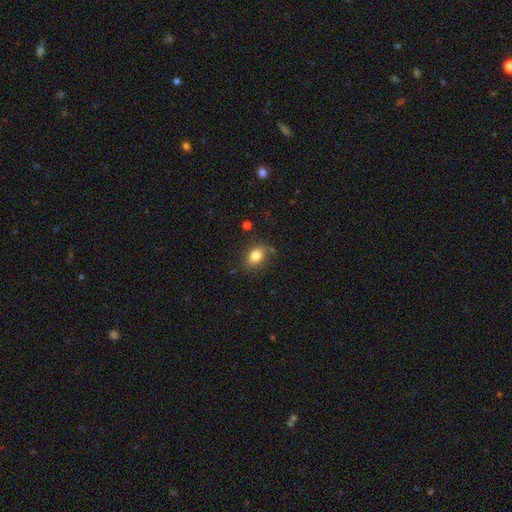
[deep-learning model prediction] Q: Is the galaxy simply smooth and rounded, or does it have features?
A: smooth — 82%.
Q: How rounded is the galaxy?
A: in between — 74%.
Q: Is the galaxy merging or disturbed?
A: none — 80%.